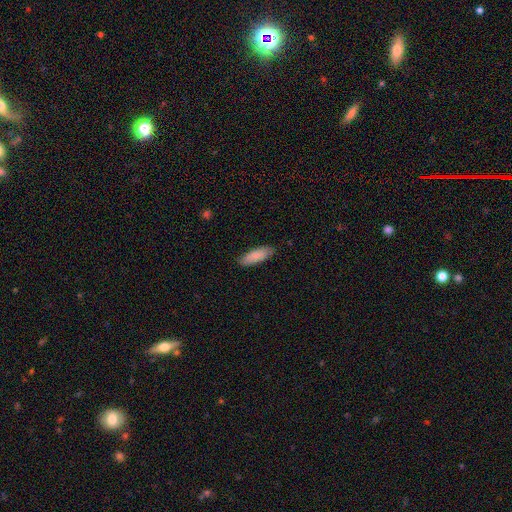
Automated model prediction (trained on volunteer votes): smooth 86%, featured or disk 8%, star or artifact 6%. Down the decision tree: how rounded — in between (59%); merging — none (84%).